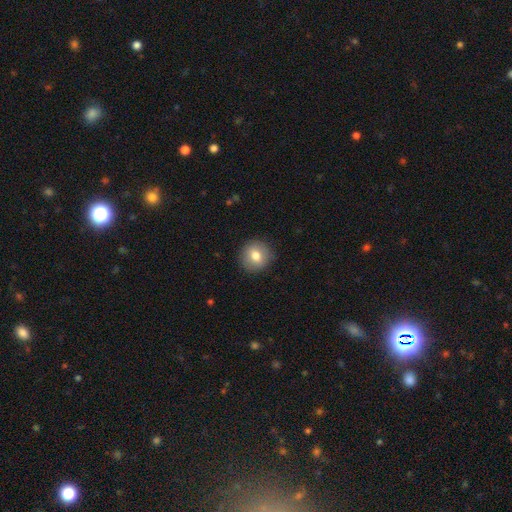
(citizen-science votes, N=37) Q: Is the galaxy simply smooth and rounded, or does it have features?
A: smooth — 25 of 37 (68%).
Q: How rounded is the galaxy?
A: round — 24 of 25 (96%).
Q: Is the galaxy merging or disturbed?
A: none — 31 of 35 (89%).